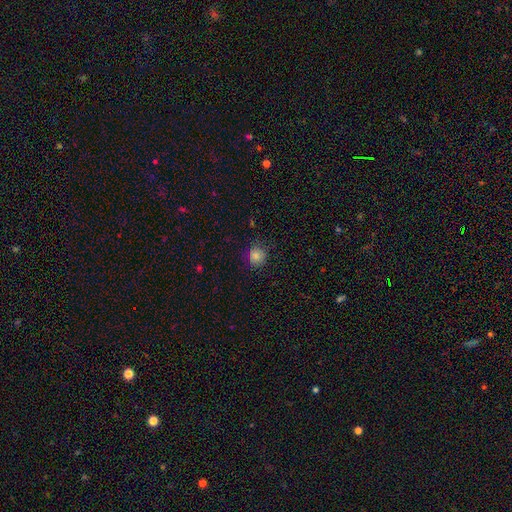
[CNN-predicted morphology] smooth 83%, star or artifact 12%, featured or disk 5%. Down the decision tree: how rounded — round (86%); merging — none (81%).